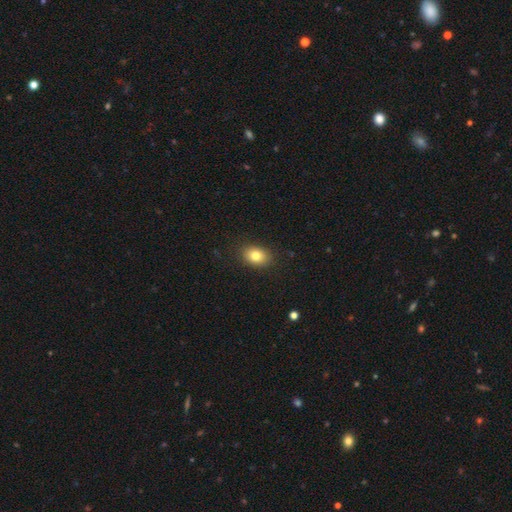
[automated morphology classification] A smooth galaxy with no disk features (81%) that is in between round and cigar-shaped (75%). Merging: none (87%).